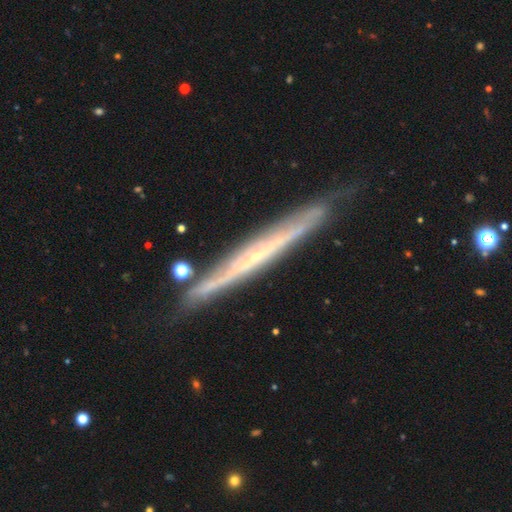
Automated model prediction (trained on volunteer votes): A featured or disk galaxy (78%) viewed edge-on (90%) with no central bulge (62%). Merging: none (78%).